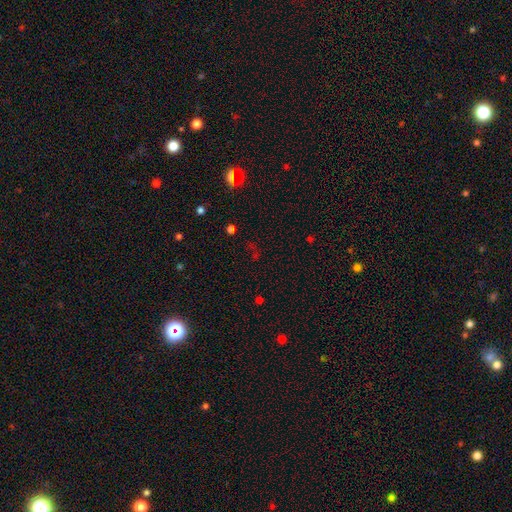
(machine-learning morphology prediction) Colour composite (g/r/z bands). It shows a star or artifact, not a galaxy (58%).